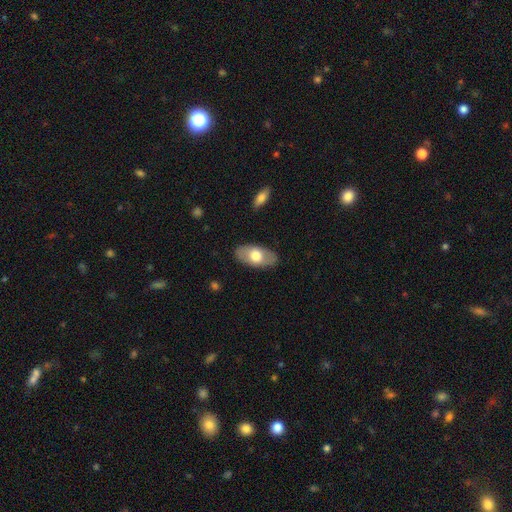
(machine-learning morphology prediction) Smooth or featured?
  - smooth: 63% *
  - featured or disk: 32%
  - star or artifact: 5%
How rounded?
  - in between: 94% *
  - round: 3%
  - cigar-shaped: 3%
Merging?
  - none: 85% *
  - minor disturbance: 11%
  - major disturbance: 3%
  - merger: 1%